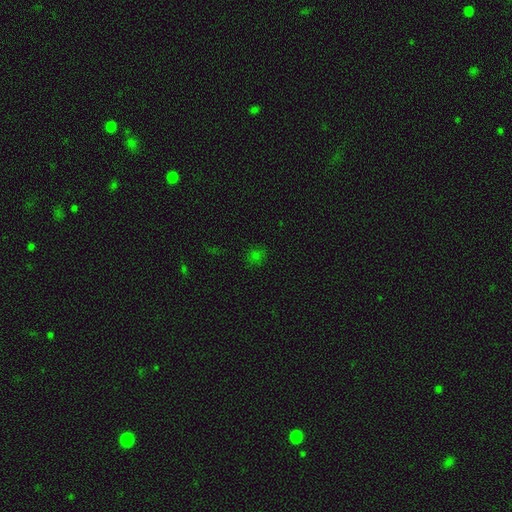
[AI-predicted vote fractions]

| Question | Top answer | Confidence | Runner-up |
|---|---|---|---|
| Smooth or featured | smooth | 65% | star or artifact (29%) |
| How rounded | round | 83% | in between (16%) |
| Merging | none | 83% | minor disturbance (11%) |